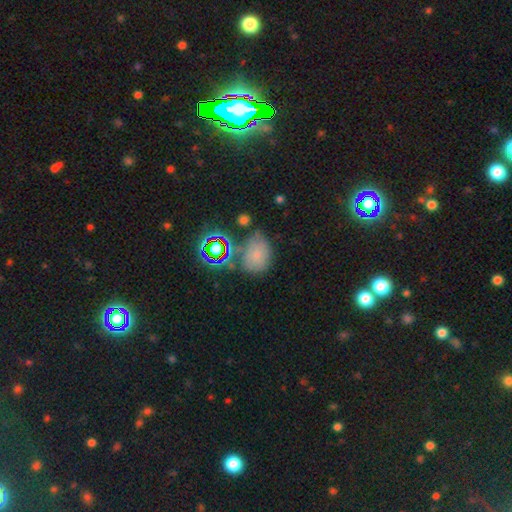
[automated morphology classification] smooth_or_featured: smooth (p=0.59) [alt: star or artifact p=0.25]
how_rounded: in between (p=0.49) [tied with: round p=0.49]
merging: none (p=0.51) [alt: minor disturbance p=0.22]